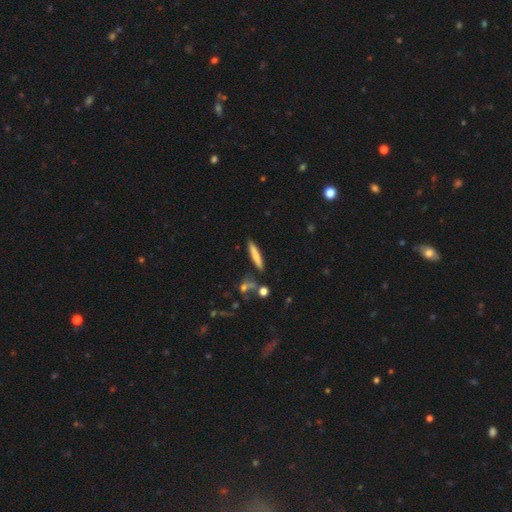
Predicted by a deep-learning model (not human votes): A smooth galaxy with no disk features (70%) that is cigar-shaped (92%). Merging: none (83%).